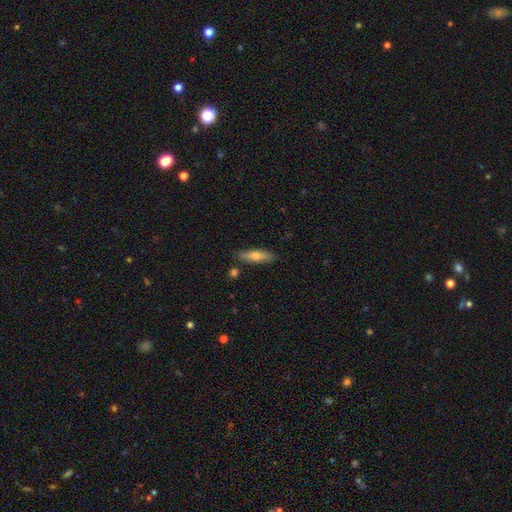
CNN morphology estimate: The model was most divided on "how rounded": cigar-shaped: 61%, in between: 37%, round: 2%. More confident: merging — none (80%); smooth or featured — smooth (66%).